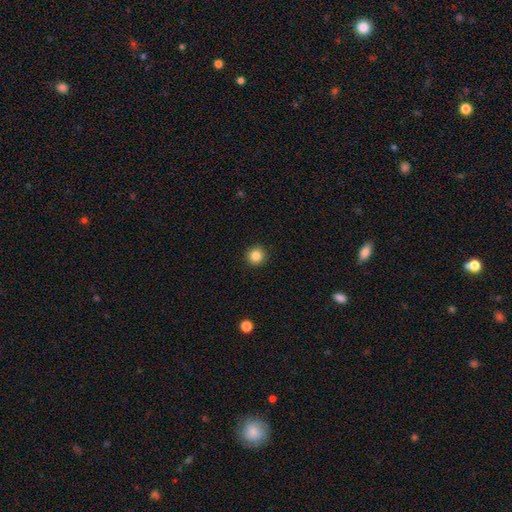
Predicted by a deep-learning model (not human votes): A smooth galaxy with no disk features (85%) that is round (95%). Merging: none (93%).